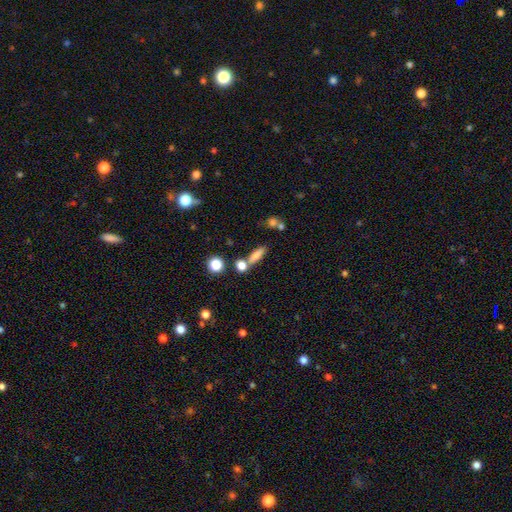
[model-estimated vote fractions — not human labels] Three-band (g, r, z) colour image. It shows a smooth galaxy with no disk features (77%) that is cigar-shaped (48%). Merging: none (62%).